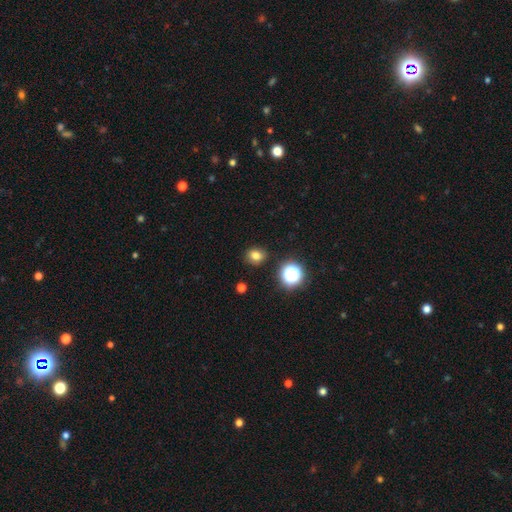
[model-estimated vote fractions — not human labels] Smooth or featured? Predicted: smooth (p=0.77). How rounded? Predicted: round (p=0.62). Merging? Predicted: none (p=0.86).